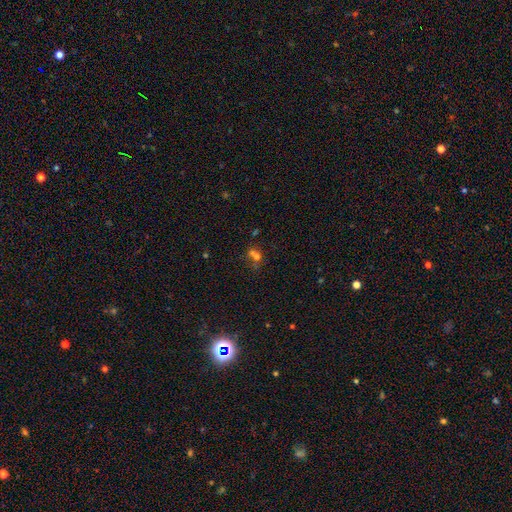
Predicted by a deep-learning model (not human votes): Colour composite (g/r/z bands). It shows a smooth galaxy with no disk features (55%) that is round (62%). Merging: merger (50%).